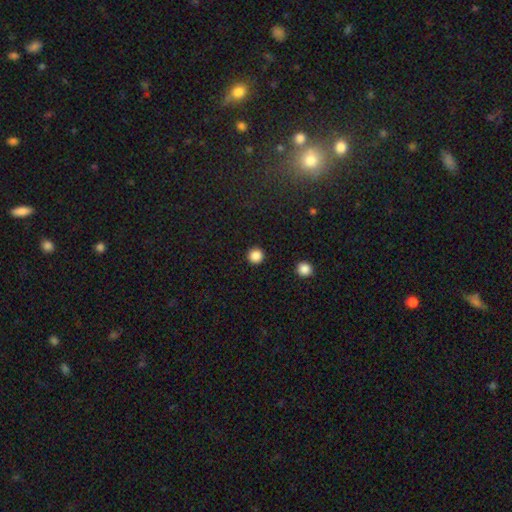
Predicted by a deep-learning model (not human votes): Smooth or featured? smooth (86%)
How rounded? round (96%)
Merging? none (93%)